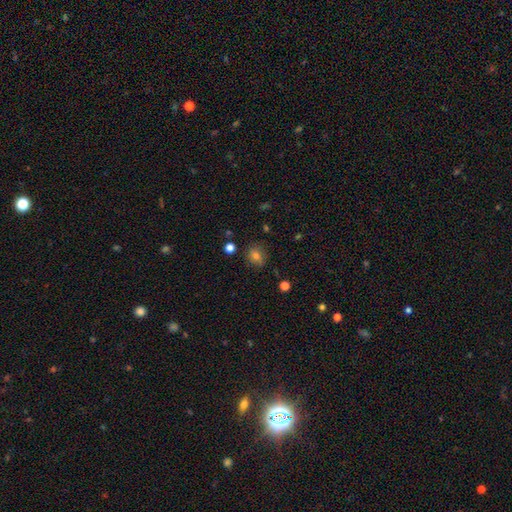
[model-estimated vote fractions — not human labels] Morphology: type=smooth (74%); roundness=round (71%); merging=none (81%).